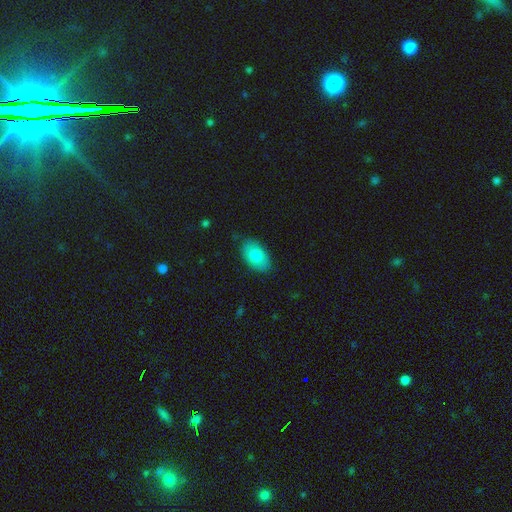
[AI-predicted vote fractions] This is likely a smooth galaxy (79%). How rounded: clearly in between (93%). Merging: clearly none (84%).